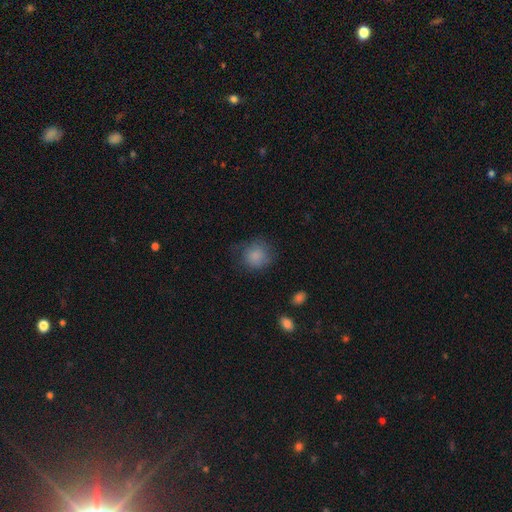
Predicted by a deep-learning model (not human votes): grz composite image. It shows a smooth galaxy with no disk features (84%) that is round (85%). Merging: none (66%).